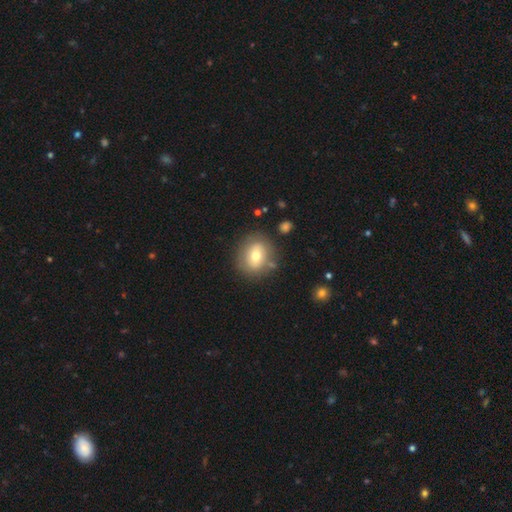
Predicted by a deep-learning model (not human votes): A smooth galaxy with no disk features (69%) that is round (61%).

Vote fractions:
- Smooth or featured? smooth: 69% / featured or disk: 22% / star or artifact: 9%
- How rounded? round: 61% / in between: 38% / cigar-shaped: 1%
- Merging? none: 79% / minor disturbance: 13% / major disturbance: 4% / merger: 4%